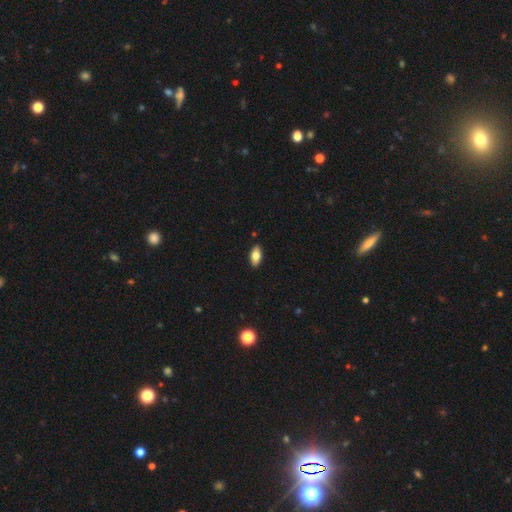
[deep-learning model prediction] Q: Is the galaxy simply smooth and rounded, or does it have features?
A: smooth — 79%.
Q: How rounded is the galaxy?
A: in between — 90%.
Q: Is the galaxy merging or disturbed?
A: none — 89%.